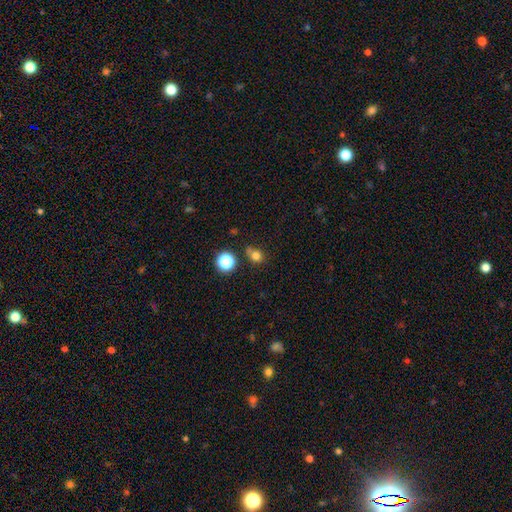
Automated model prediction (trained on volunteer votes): smooth-or-featured: smooth: 76% | star or artifact: 17% | featured or disk: 7%
  how-rounded: round: 78% | in between: 21% | cigar-shaped: 1%
  merging: none: 59% | minor disturbance: 21% | merger: 13% | major disturbance: 7%